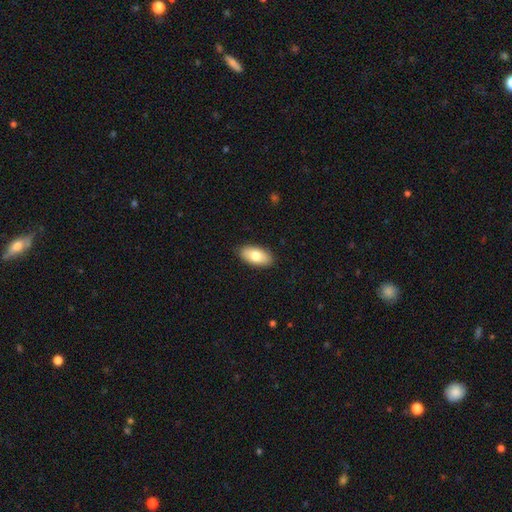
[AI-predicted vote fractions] A smooth galaxy with no disk features (78%) that is in between round and cigar-shaped (93%).

Vote fractions:
- Smooth or featured? smooth: 78% / featured or disk: 16% / star or artifact: 6%
- How rounded? in between: 93% / cigar-shaped: 4% / round: 3%
- Merging? none: 89% / minor disturbance: 9% / major disturbance: 2% / merger: 1%